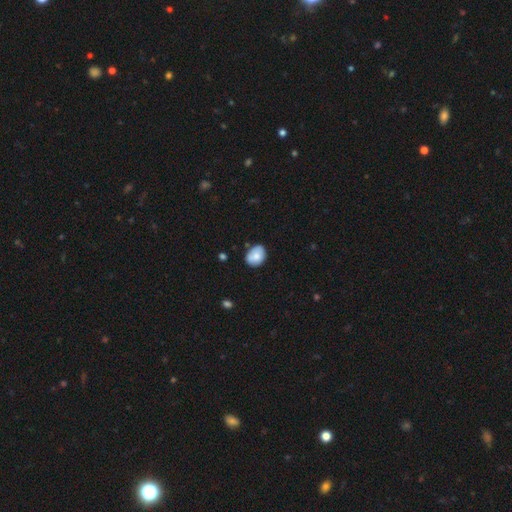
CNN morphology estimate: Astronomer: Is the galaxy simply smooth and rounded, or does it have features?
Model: smooth — 76%.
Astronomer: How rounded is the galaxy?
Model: in between — 61% (runner-up: round, 38%).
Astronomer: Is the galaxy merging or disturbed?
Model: none — 69%.